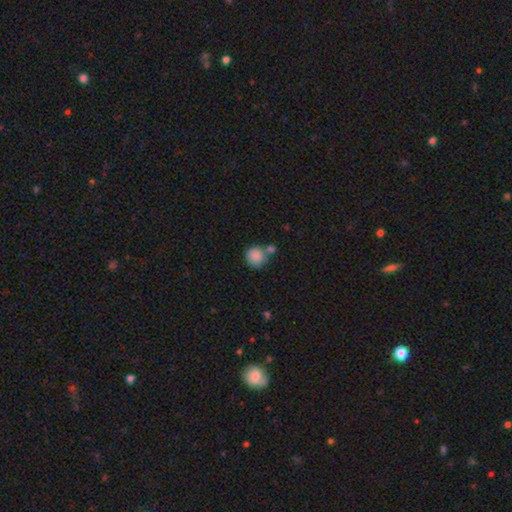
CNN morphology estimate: A smooth galaxy with no disk features (86%) that is round (88%).

Vote fractions:
- Smooth or featured? smooth: 86% / star or artifact: 8% / featured or disk: 6%
- How rounded? round: 88% / in between: 11% / cigar-shaped: 1%
- Merging? none: 49% / merger: 30% / minor disturbance: 15% / major disturbance: 6%